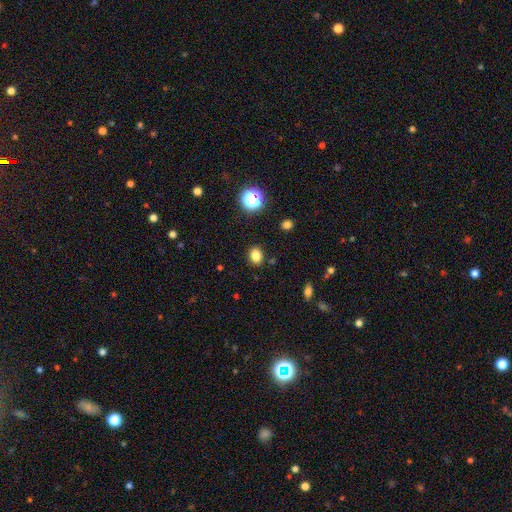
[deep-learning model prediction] Smooth or featured? smooth (82%)
How rounded? in between (52%)
Merging? none (87%)